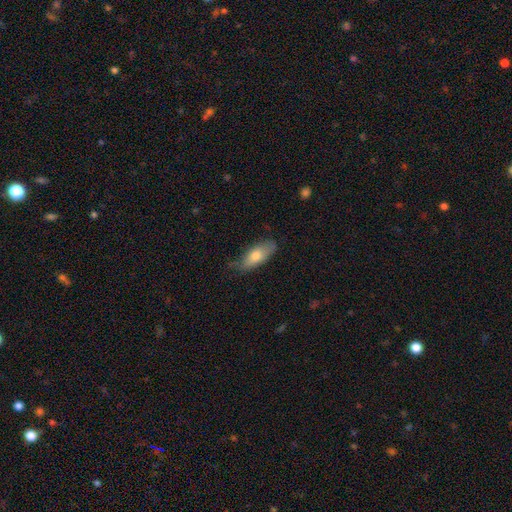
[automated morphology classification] Overall: smooth (72%). How rounded: in between (78%). Merging: none (64%; minor disturbance 29%).